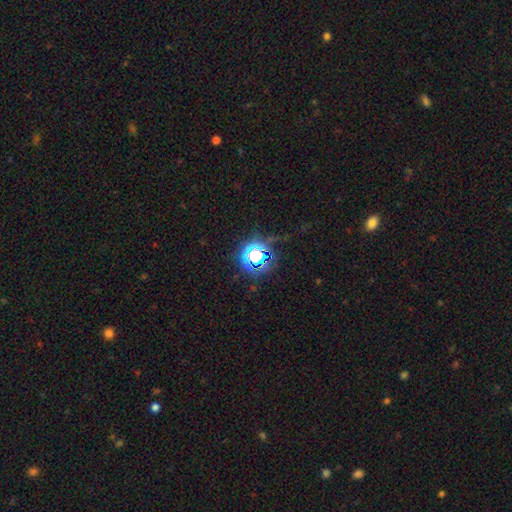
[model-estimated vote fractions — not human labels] This appears to be a star or artifact, not a galaxy (71%).